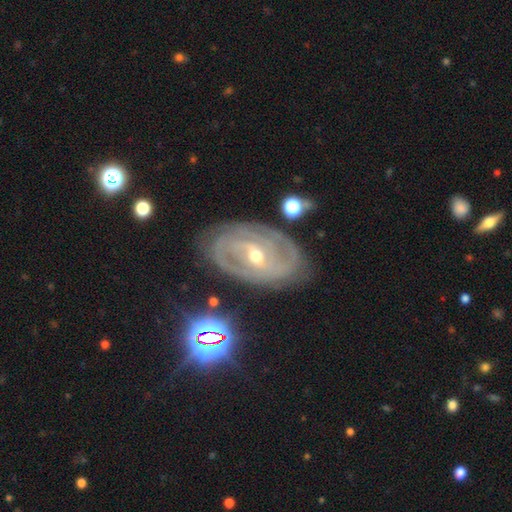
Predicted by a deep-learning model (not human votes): This appears to be a featured or disk galaxy (86%) with a weak bar (44%), 2 (47%) tight (65%) spiral arms (94%) and a small central bulge (53%). Merging: none (79%).